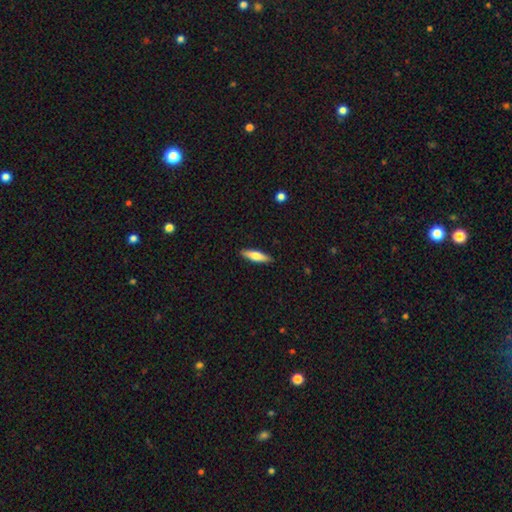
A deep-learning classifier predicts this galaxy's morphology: type=smooth (66%); roundness=cigar-shaped (68%); merging=none (90%).